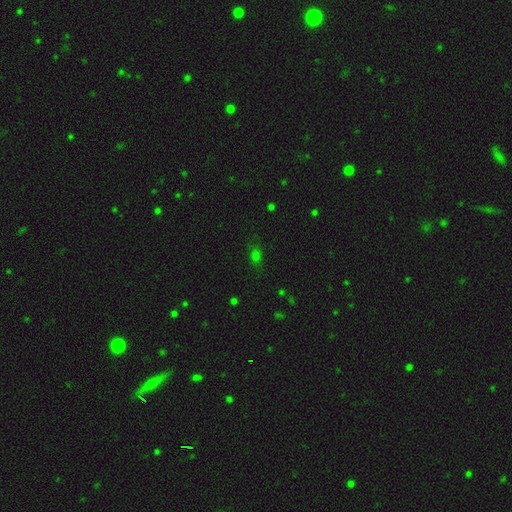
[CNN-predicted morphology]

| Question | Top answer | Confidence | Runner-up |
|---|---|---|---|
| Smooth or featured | smooth | 66% | star or artifact (28%) |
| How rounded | in between | 65% | round (31%) |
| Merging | none | 77% | minor disturbance (16%) |